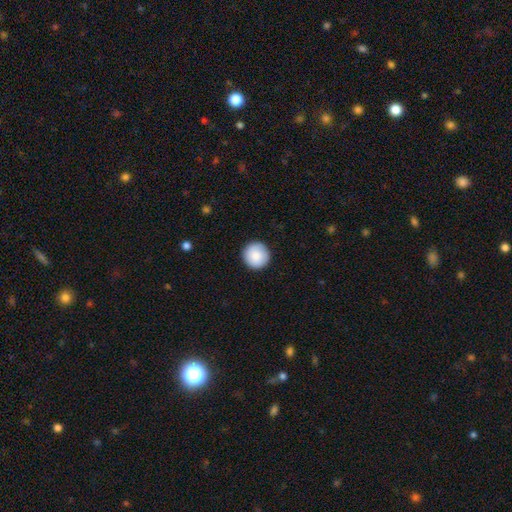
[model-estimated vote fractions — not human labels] Smooth or featured? smooth (87%)
How rounded? round (96%)
Merging? none (92%)